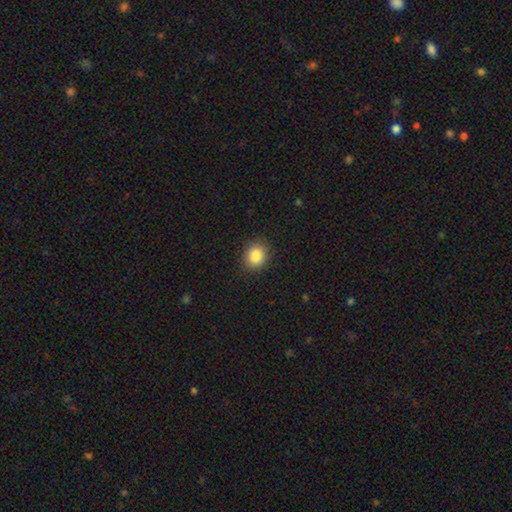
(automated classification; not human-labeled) A smooth galaxy with no disk features (86%) that is round (70%). Merging: none (89%).